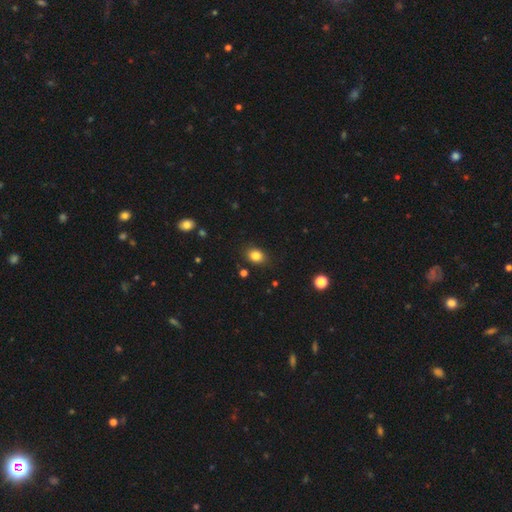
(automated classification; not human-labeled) Smooth or featured? Predicted: smooth (p=0.83). How rounded? Predicted: in between (p=0.58). Merging? Predicted: none (p=0.85).